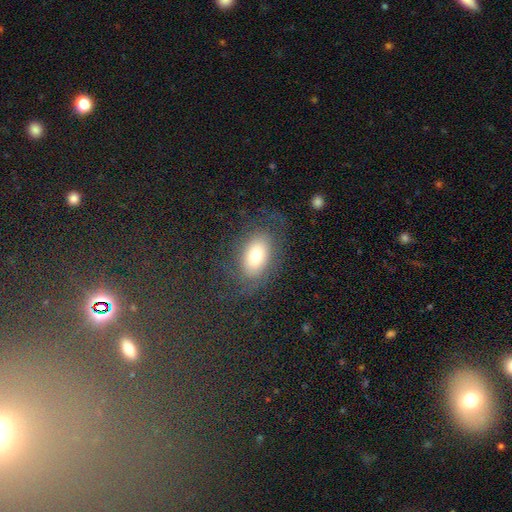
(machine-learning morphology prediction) This appears to be a smooth galaxy with no disk features (59%) that is in between round and cigar-shaped (86%). Merging: none (68%).